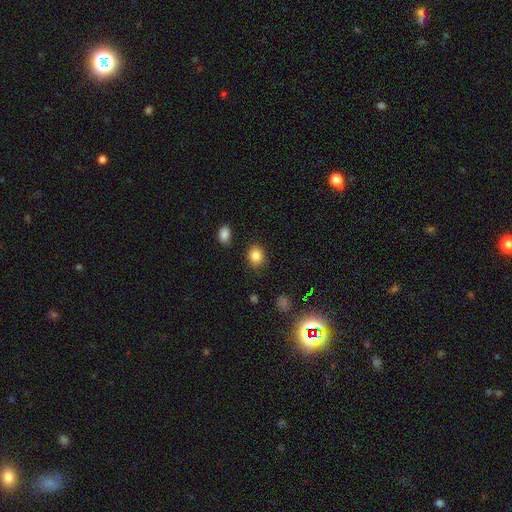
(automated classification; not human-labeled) A smooth galaxy with no disk features (85%) that is round (66%). Merging: none (85%).